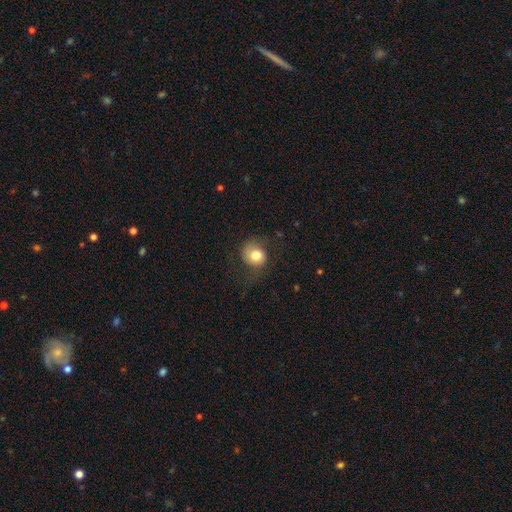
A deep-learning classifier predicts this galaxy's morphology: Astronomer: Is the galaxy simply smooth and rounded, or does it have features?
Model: smooth — 69%.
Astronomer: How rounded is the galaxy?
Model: round — 70%.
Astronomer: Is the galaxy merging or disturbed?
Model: none — 61%.